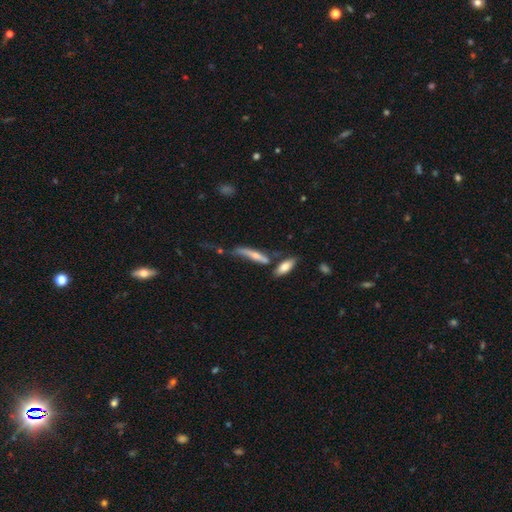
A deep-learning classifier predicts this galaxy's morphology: A smooth galaxy with no disk features (50%). Merging: none (39%).